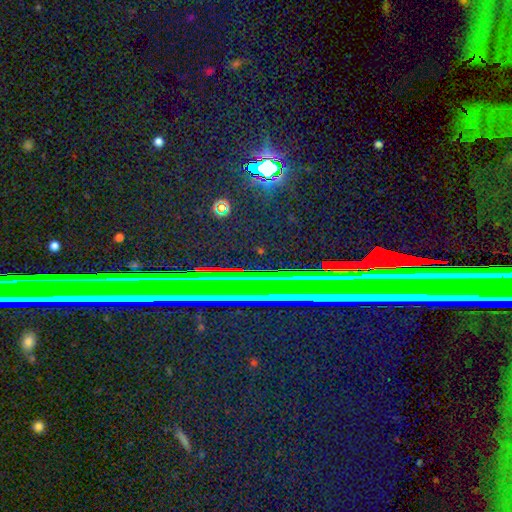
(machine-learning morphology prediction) smooth_or_featured: star or artifact (p=0.81) [alt: featured or disk p=0.11]